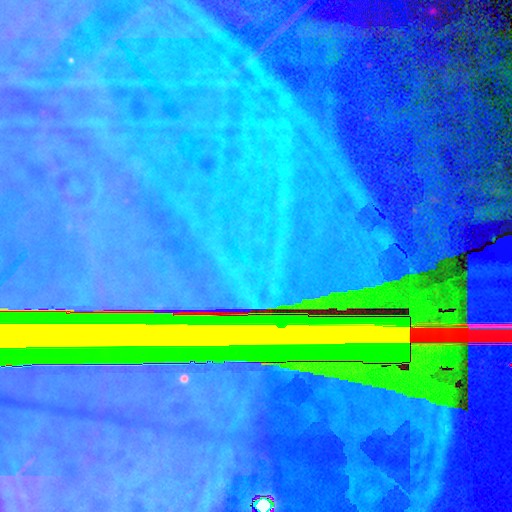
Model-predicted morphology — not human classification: A star or artifact, not a galaxy (86%).

Vote fractions:
- Smooth or featured? star or artifact: 86% / featured or disk: 8% / smooth: 6%